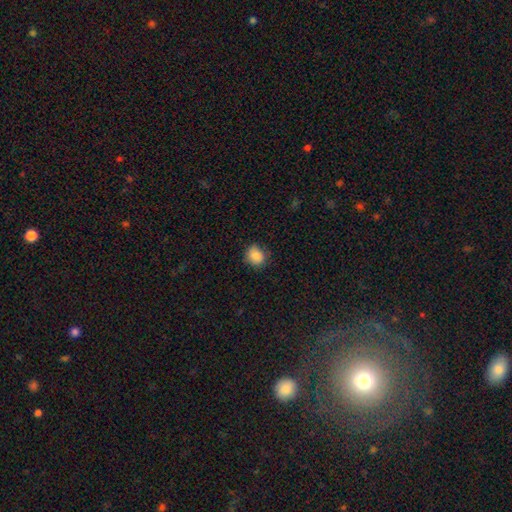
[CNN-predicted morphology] type=smooth (86%); roundness=round (80%); merging=none (81%).